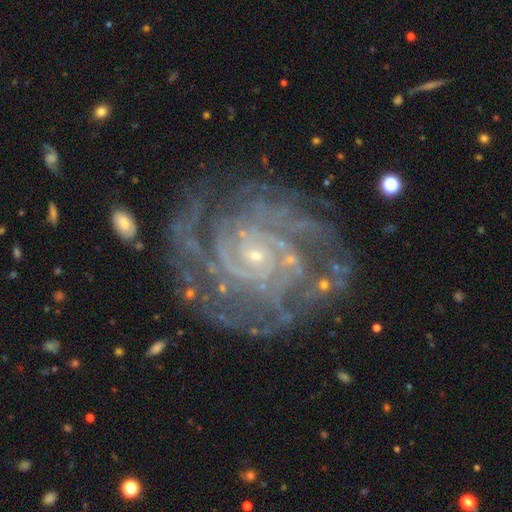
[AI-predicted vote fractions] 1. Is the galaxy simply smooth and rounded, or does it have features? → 90% featured or disk, 6% star or artifact, 4% smooth.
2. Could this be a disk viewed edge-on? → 98% no, 2% yes.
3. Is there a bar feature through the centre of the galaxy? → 68% no, 23% weak, 9% strong.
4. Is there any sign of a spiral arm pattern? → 98% yes, 2% no.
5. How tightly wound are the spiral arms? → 77% tight, 20% medium, 3% loose.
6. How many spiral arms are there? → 22% can't tell, 20% 4, 18% 3, 18% 2, 13% more than 4, 8% 1.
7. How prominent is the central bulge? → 85% small, 10% moderate, 3% none, 1% large, 1% dominant.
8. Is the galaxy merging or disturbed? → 75% none, 16% minor disturbance, 7% major disturbance, 2% merger.